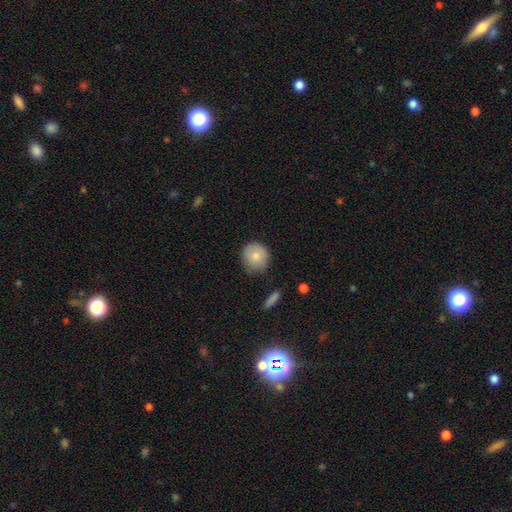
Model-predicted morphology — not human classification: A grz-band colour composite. It shows a smooth galaxy with no disk features (80%) that is round (88%). Merging: none (75%).